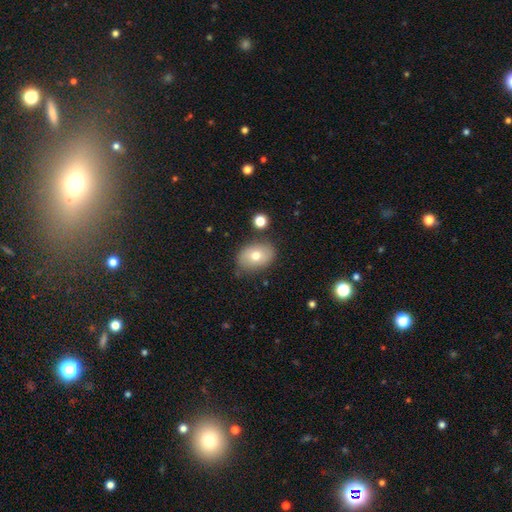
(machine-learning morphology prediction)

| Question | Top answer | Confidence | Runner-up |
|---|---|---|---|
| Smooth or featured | smooth | 71% | featured or disk (21%) |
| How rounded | in between | 81% | round (18%) |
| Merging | none | 78% | minor disturbance (14%) |